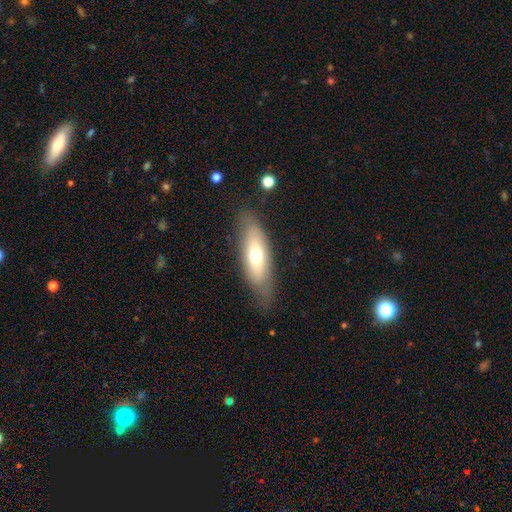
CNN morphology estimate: Q: Smooth or featured?
A: smooth (62%); runner-up: featured or disk (31%)
Q: How rounded?
A: in between (62%); runner-up: cigar-shaped (35%)
Q: Merging?
A: none (76%); runner-up: minor disturbance (17%)